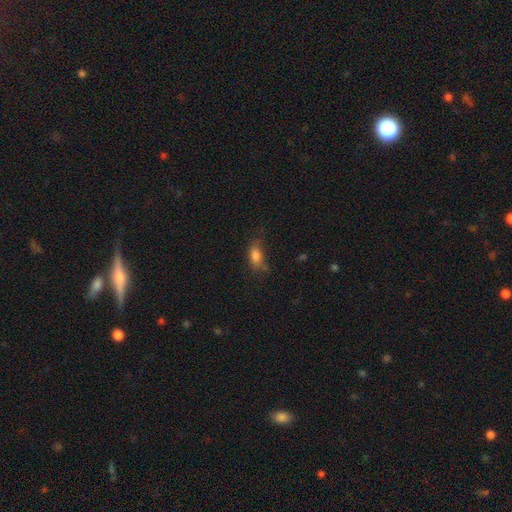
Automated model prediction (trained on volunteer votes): Smooth or featured: smooth — 77% (featured or disk — 12%)
How rounded: in between — 84% (cigar-shaped — 9%)
Merging: none — 44% (minor disturbance — 32%)